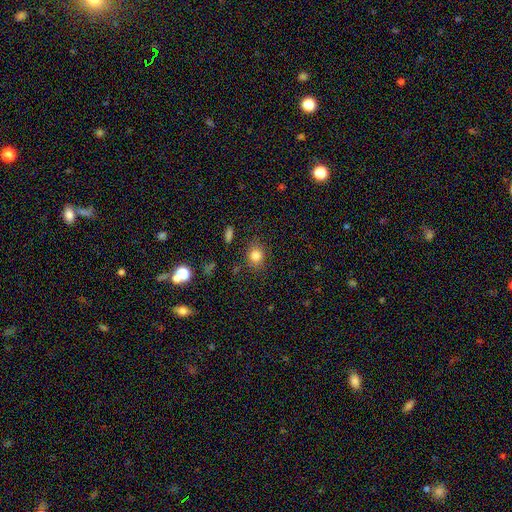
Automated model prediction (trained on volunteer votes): Smooth or featured?
  - smooth: 82% *
  - star or artifact: 12%
  - featured or disk: 7%
How rounded?
  - round: 61% *
  - in between: 38%
  - cigar-shaped: 1%
Merging?
  - none: 80% *
  - minor disturbance: 13%
  - major disturbance: 4%
  - merger: 2%